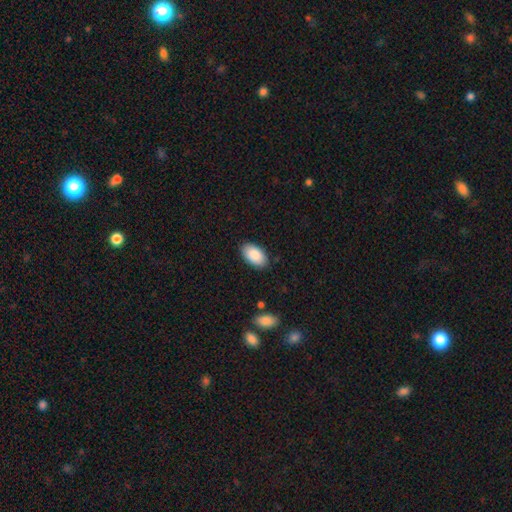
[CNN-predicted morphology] Smooth or featured? Predicted: smooth (p=0.89). How rounded? Predicted: in between (p=0.95). Merging? Predicted: none (p=0.87).